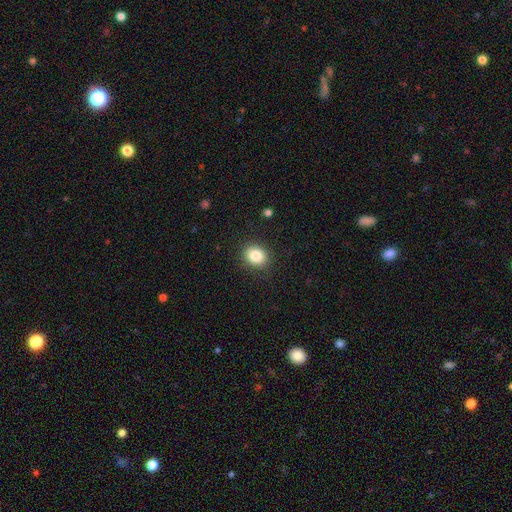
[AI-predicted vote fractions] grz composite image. It shows a smooth galaxy with no disk features (85%) that is round (59%). Merging: none (87%).